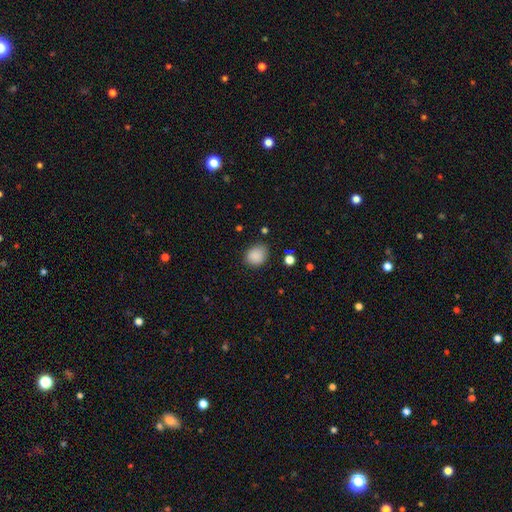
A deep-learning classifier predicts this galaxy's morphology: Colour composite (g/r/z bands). It shows a smooth galaxy with no disk features (87%) that is round (56%). Merging: none (75%).